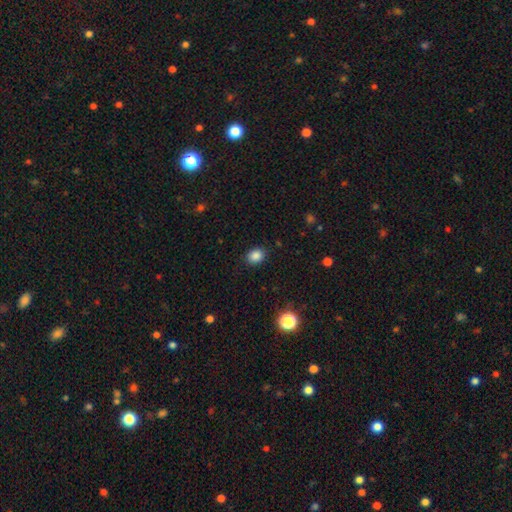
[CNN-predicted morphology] Overall: smooth (86%). How rounded: in between (51%; round 49%). Merging: none (88%).